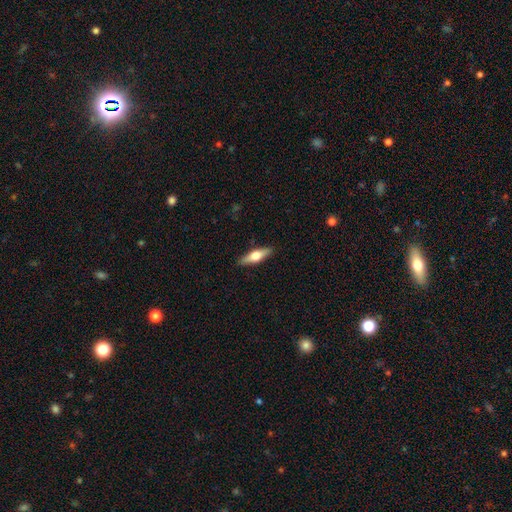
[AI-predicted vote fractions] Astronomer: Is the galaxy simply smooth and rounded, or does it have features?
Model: featured or disk — 48% (runner-up: smooth, 46%).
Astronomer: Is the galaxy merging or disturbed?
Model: none — 90%.